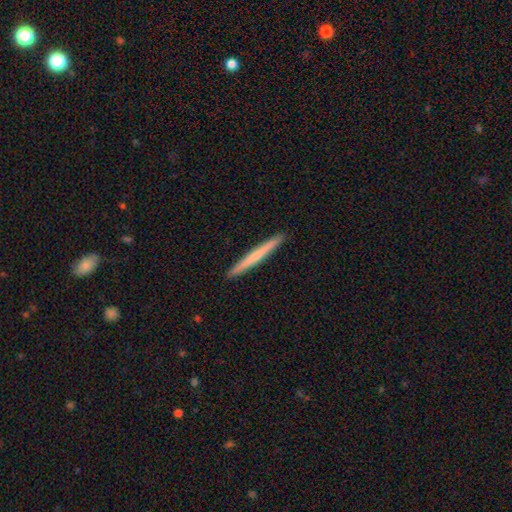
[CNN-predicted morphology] Overall: smooth (58%; featured or disk 37%). How rounded: cigar-shaped (97%). Merging: none (93%).